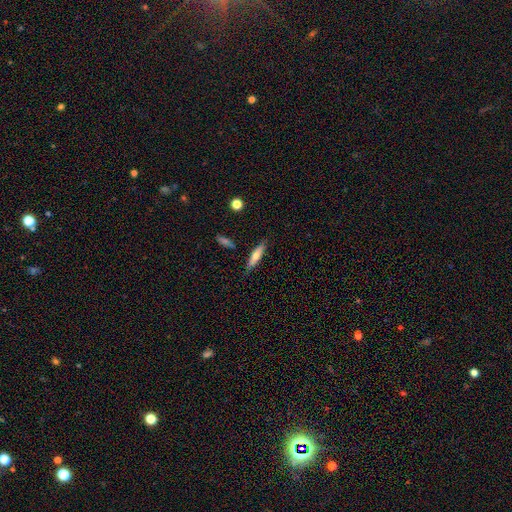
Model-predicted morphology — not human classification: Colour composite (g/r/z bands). It shows a smooth galaxy with no disk features (59%) that is cigar-shaped (76%). Merging: none (83%).